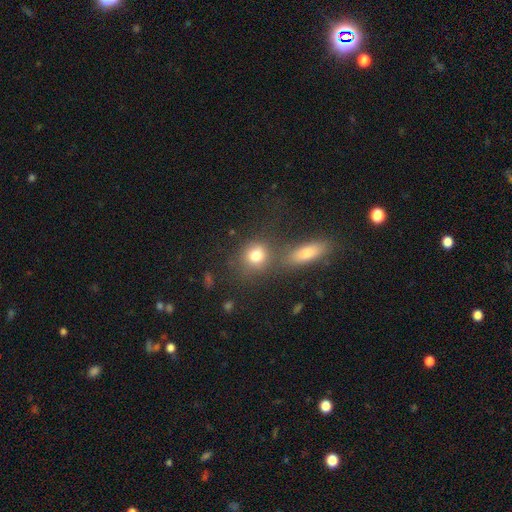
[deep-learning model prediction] A smooth galaxy with no disk features (79%) that is round (75%). Merging: none (58%).